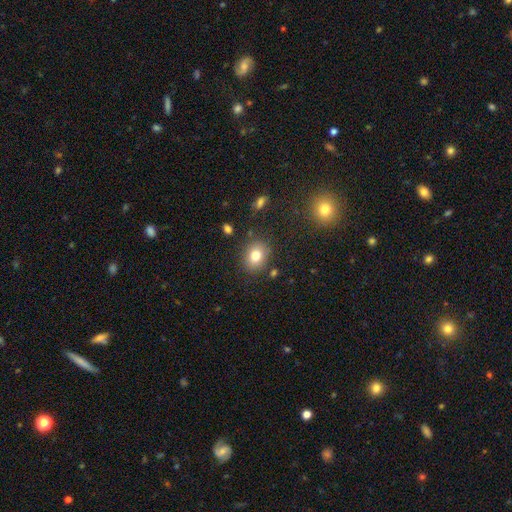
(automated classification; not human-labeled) This is likely a smooth galaxy (79%). How rounded: possibly round (57%). Merging: clearly none (84%).